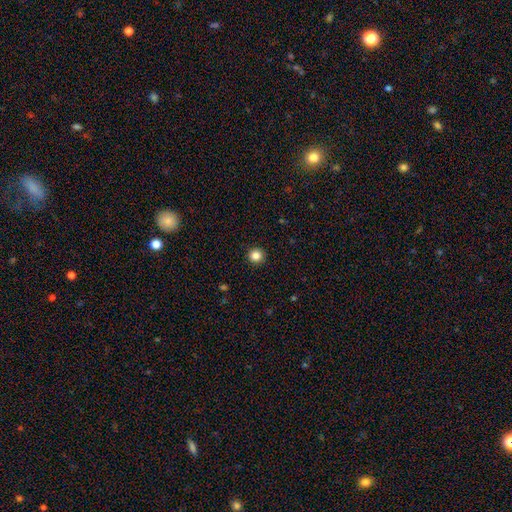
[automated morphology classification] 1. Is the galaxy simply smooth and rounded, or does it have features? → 85% smooth, 11% star or artifact, 4% featured or disk.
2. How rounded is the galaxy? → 95% round, 4% in between, 1% cigar-shaped.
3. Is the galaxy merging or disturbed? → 93% none, 4% minor disturbance, 2% major disturbance, 1% merger.